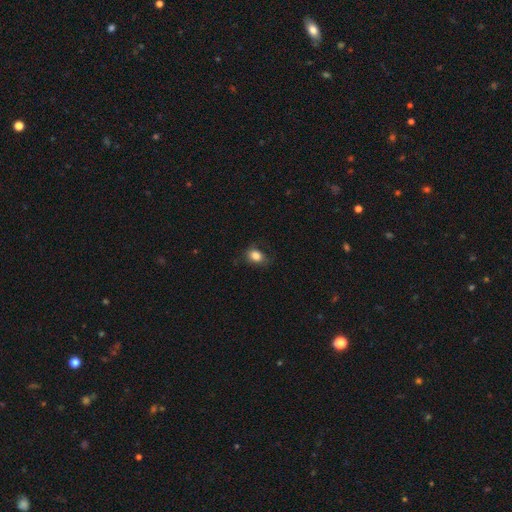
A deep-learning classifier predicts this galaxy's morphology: This appears to be a smooth galaxy with no disk features (83%) that is in between round and cigar-shaped (59%). Merging: none (69%).